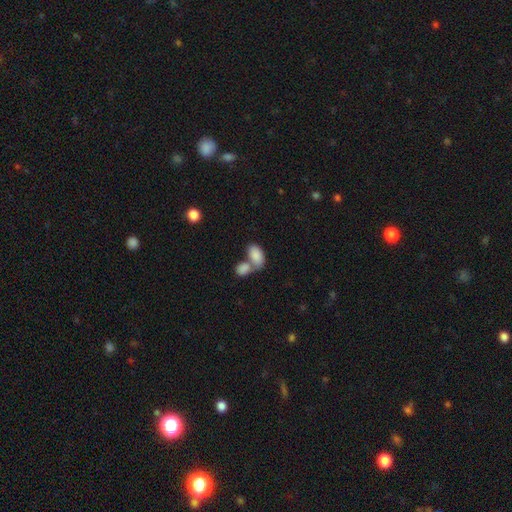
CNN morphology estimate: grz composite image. It shows a smooth galaxy with no disk features (86%) that is in between round and cigar-shaped (93%). Merging: merger (60%).